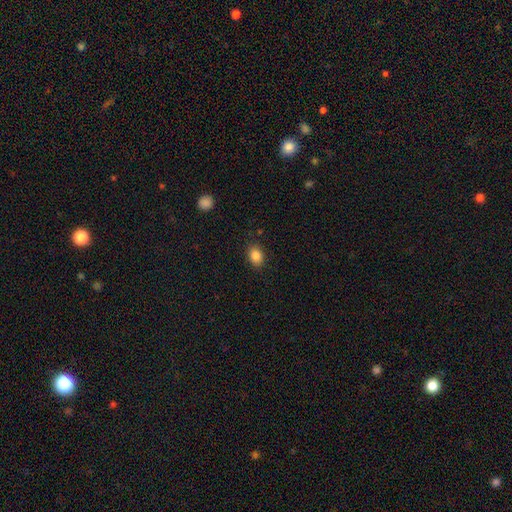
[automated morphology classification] Smooth or featured? smooth (86%)
How rounded? in between (68%)
Merging? none (87%)